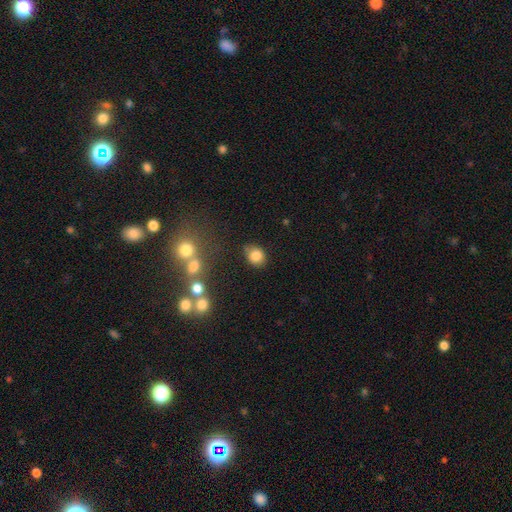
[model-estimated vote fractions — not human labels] This is clearly a smooth galaxy (82%). How rounded: likely round (64%). Merging: likely none (70%).